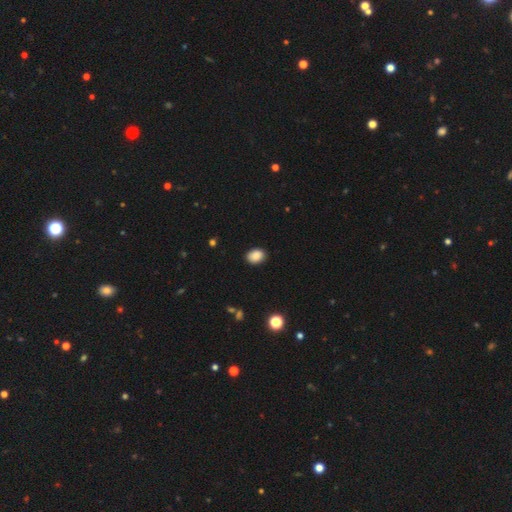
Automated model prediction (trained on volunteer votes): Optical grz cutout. It shows a smooth galaxy with no disk features (89%) that is in between round and cigar-shaped (75%). Merging: none (89%).